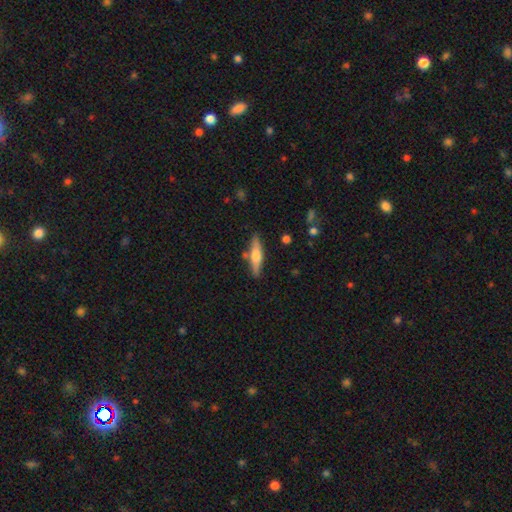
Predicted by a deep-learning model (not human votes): smooth-or-featured: smooth: 49% | featured or disk: 45% | star or artifact: 6%
  merging: none: 81% | minor disturbance: 11% | merger: 5% | major disturbance: 2%